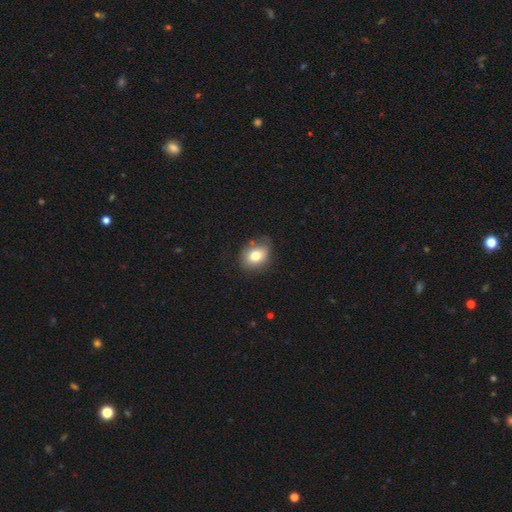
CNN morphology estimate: A smooth galaxy with no disk features (77%) that is in between round and cigar-shaped (52%).

Vote fractions:
- Smooth or featured? smooth: 77% / featured or disk: 13% / star or artifact: 10%
- How rounded? in between: 52% / round: 47% / cigar-shaped: 1%
- Merging? none: 75% / minor disturbance: 19% / major disturbance: 4% / merger: 2%